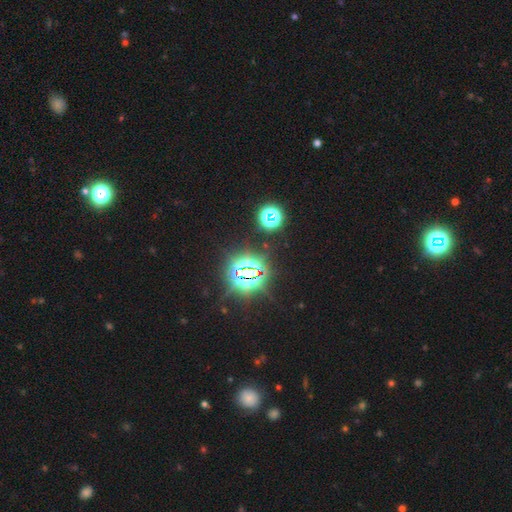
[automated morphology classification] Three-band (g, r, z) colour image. It shows a star or artifact, not a galaxy (79%).